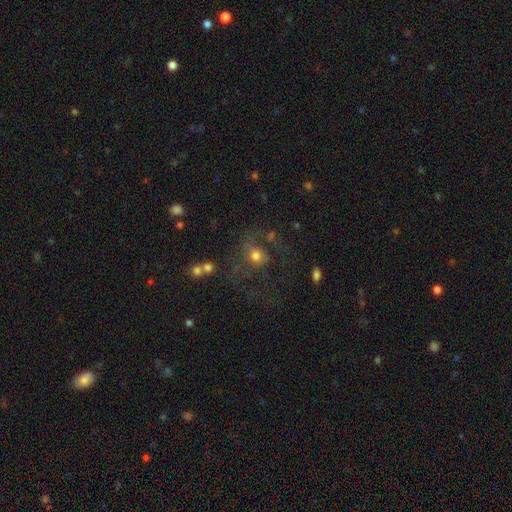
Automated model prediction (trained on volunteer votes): This appears to be a smooth galaxy with no disk features (56%) that is round (75%). Merging: none (46%).